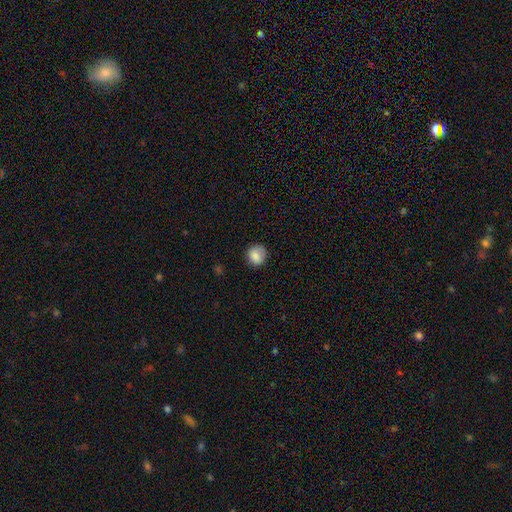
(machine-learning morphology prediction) This is clearly a smooth galaxy (85%). How rounded: clearly round (85%). Merging: clearly none (81%).